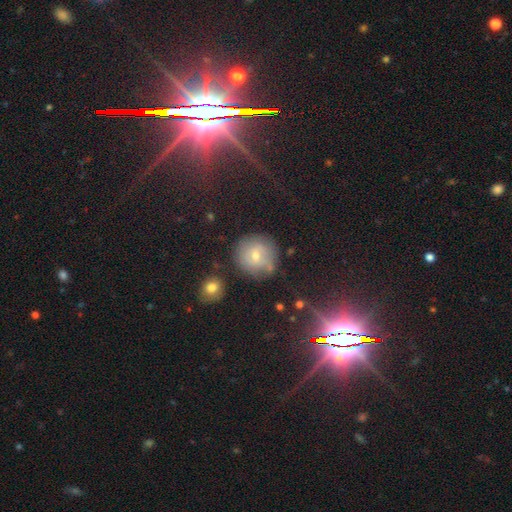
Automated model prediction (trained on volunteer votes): This appears to be a smooth galaxy with no disk features (60%) that is round (91%). Merging: none (69%).